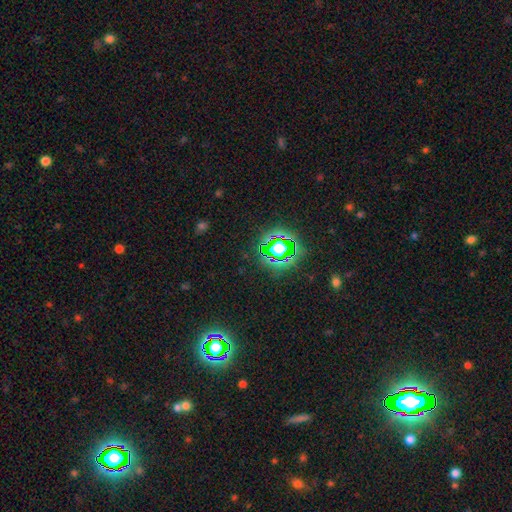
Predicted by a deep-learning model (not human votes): Q: Smooth or featured?
A: star or artifact (79%); runner-up: smooth (14%)